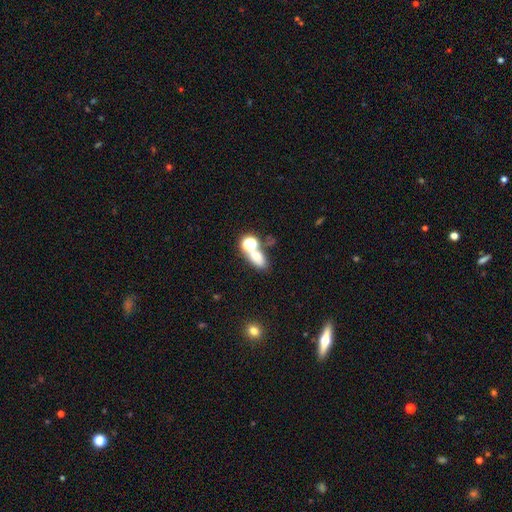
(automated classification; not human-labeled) Morphology: type=smooth (63%); roundness=in between (72%); merging=none (44%).